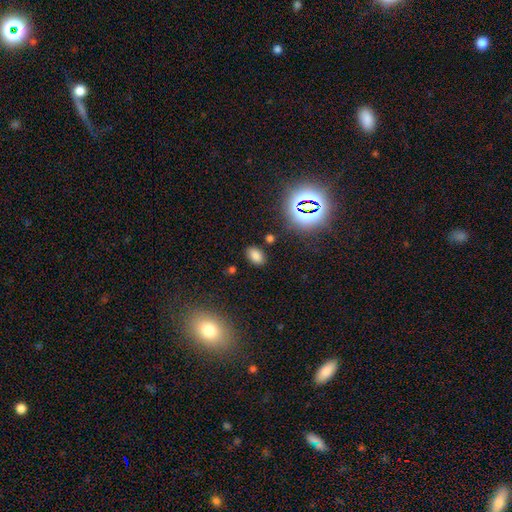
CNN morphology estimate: Q: Smooth or featured?
A: smooth (74%); runner-up: star or artifact (19%)
Q: How rounded?
A: in between (88%); runner-up: round (11%)
Q: Merging?
A: none (84%); runner-up: minor disturbance (10%)